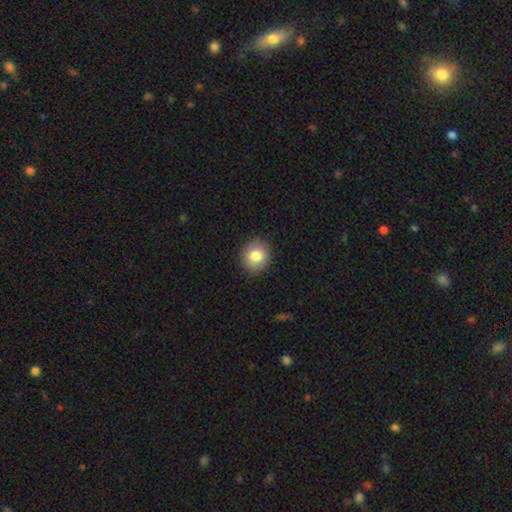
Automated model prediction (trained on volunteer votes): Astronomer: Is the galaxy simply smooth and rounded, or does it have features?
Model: smooth — 82%.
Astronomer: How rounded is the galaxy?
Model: round — 81%.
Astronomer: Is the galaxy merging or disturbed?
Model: none — 90%.